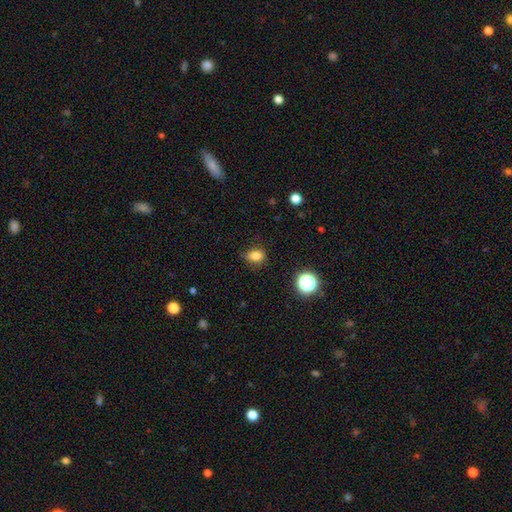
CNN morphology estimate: Smooth or featured?
  - smooth: 81% *
  - star or artifact: 13%
  - featured or disk: 6%
How rounded?
  - in between: 65% *
  - round: 33%
  - cigar-shaped: 2%
Merging?
  - none: 74% *
  - minor disturbance: 20%
  - major disturbance: 4%
  - merger: 2%